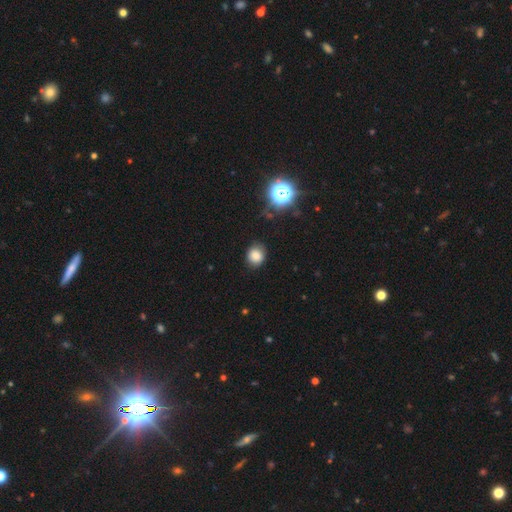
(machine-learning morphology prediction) Smooth or featured? smooth (80%)
How rounded? round (78%)
Merging? none (83%)